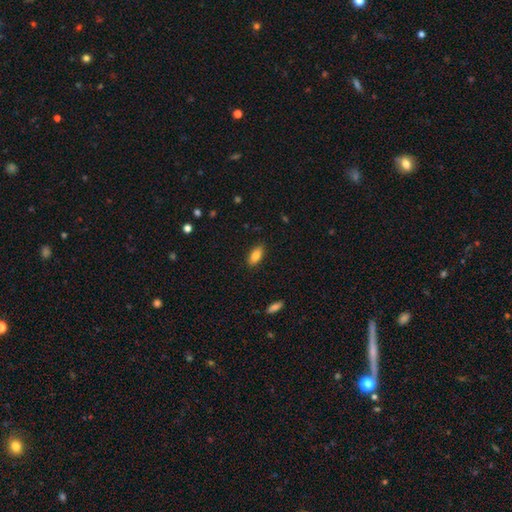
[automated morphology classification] This appears to be a smooth galaxy with no disk features (85%) that is in between round and cigar-shaped (85%). Merging: none (86%).